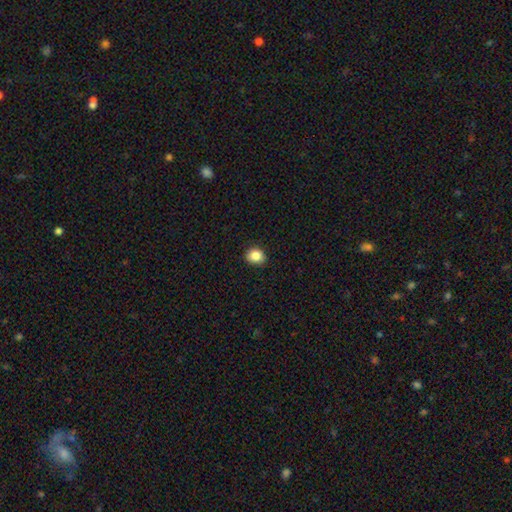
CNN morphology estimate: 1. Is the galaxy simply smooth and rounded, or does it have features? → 85% smooth, 10% star or artifact, 5% featured or disk.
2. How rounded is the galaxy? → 69% round, 30% in between, 1% cigar-shaped.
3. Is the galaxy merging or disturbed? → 88% none, 9% minor disturbance, 2% major disturbance, 1% merger.